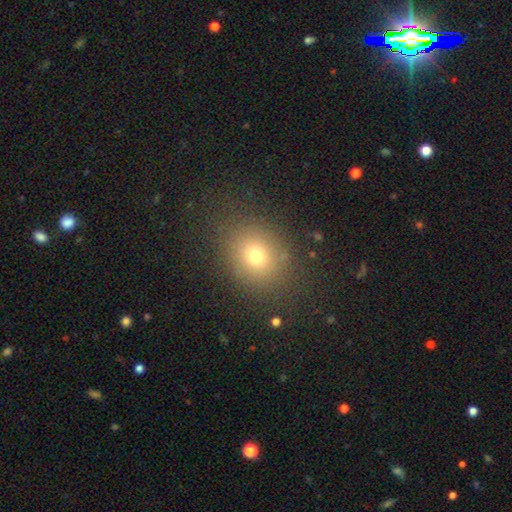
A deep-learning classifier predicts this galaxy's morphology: The model was most divided on "how rounded": round: 64%, in between: 35%, cigar-shaped: 1%. More confident: merging — none (83%); smooth or featured — smooth (72%).